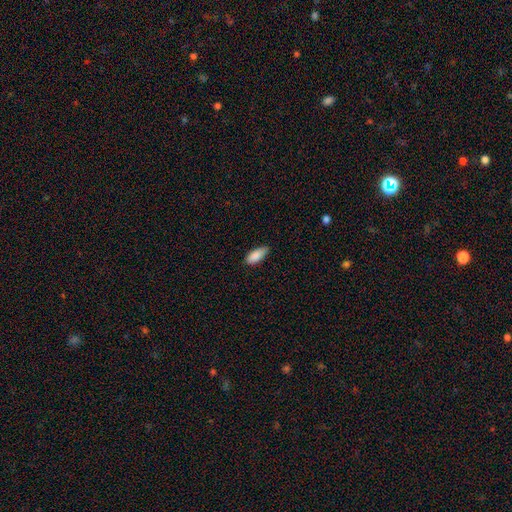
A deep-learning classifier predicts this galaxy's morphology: The model was most divided on "merging": none: 73%, minor disturbance: 23%, major disturbance: 3%, merger: 1%. More confident: smooth or featured — smooth (88%); how rounded — in between (81%).